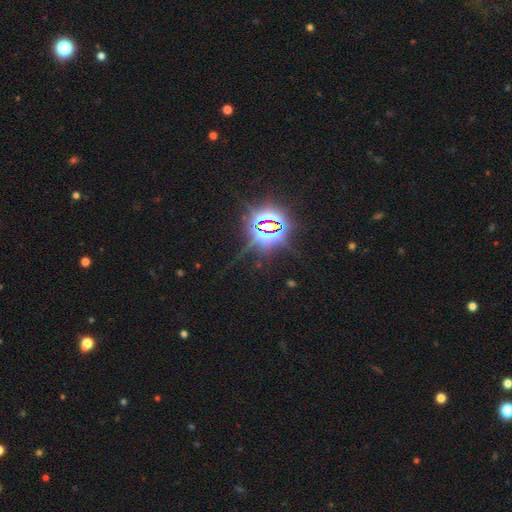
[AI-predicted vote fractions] This is clearly a star or artifact rather than a galaxy (81%).